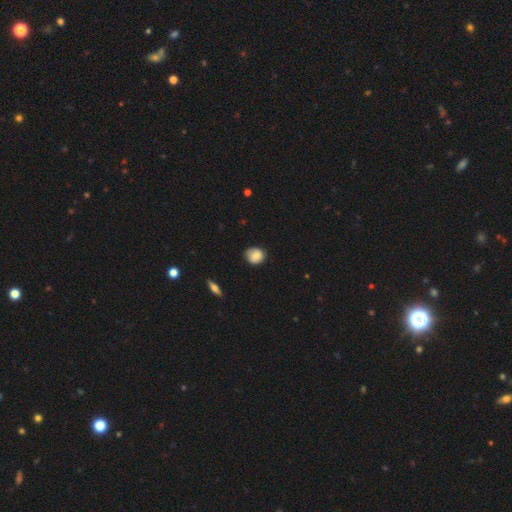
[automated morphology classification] Overall: smooth (82%). How rounded: round (79%). Merging: none (75%).